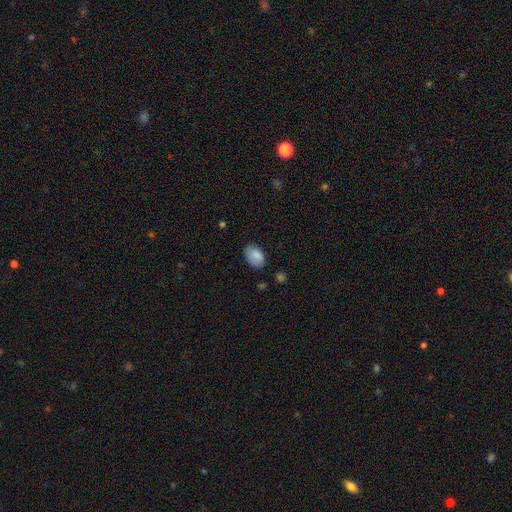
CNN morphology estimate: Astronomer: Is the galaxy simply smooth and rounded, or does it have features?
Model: smooth — 86%.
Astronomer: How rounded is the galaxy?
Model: in between — 90%.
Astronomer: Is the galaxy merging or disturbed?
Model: none — 75%.